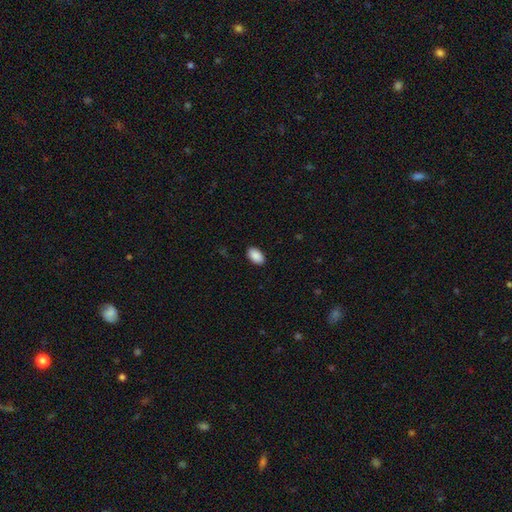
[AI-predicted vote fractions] smooth_or_featured: smooth (p=0.90) [alt: star or artifact p=0.07]
how_rounded: in between (p=0.94) [alt: round p=0.05]
merging: none (p=0.90) [alt: minor disturbance p=0.08]